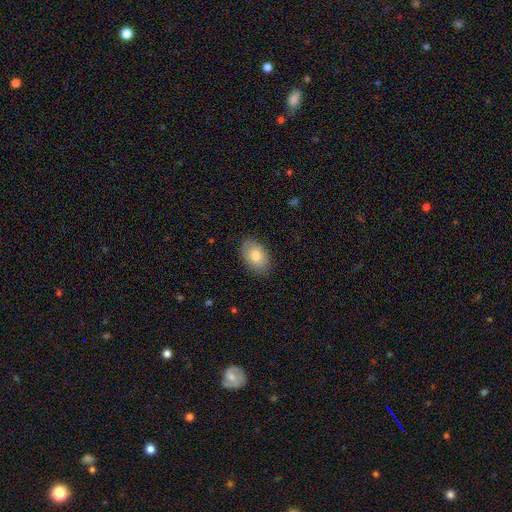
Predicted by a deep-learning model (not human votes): The model was most divided on "smooth or featured": smooth: 78%, featured or disk: 14%, star or artifact: 7%. More confident: how rounded — in between (88%); merging — none (86%).